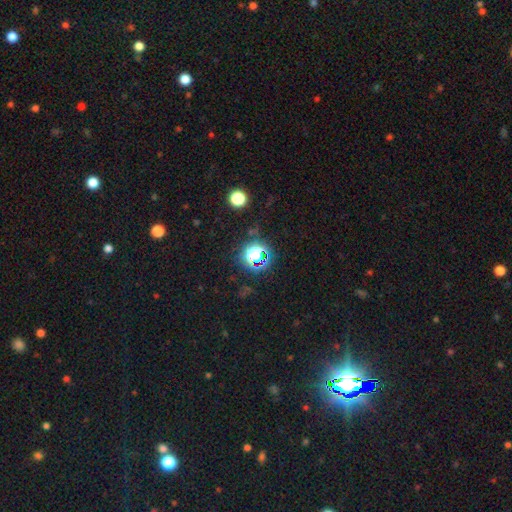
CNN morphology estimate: A star or artifact, not a galaxy (63%).

Vote fractions:
- Smooth or featured? star or artifact: 63% / smooth: 27% / featured or disk: 10%